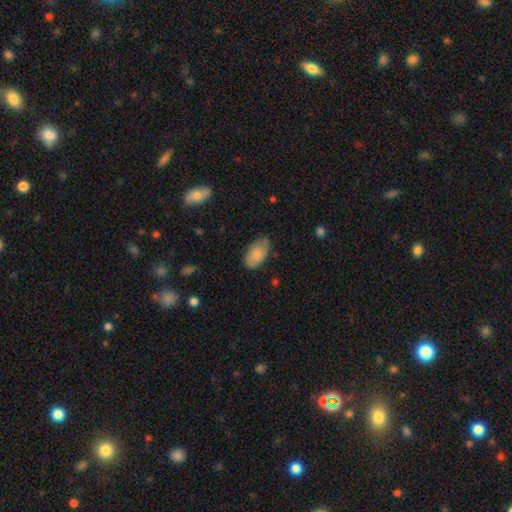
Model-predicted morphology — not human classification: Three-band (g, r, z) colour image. It shows a smooth galaxy with no disk features (81%) that is in between round and cigar-shaped (94%). Merging: none (69%).